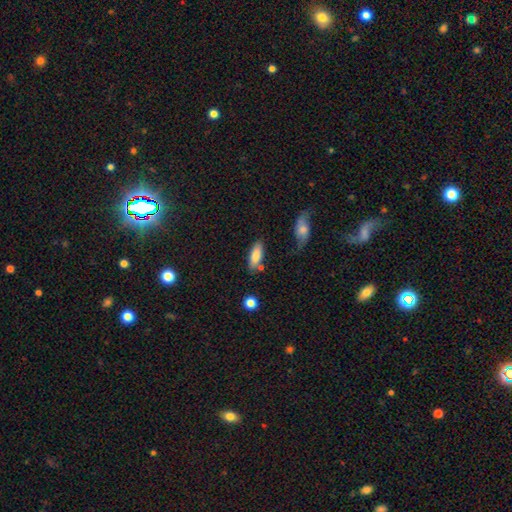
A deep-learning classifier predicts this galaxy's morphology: This appears to be a smooth galaxy with no disk features (80%) that is in between round and cigar-shaped (65%). Merging: none (73%).